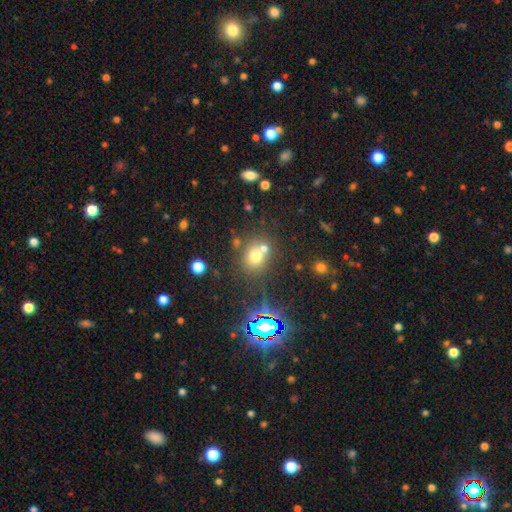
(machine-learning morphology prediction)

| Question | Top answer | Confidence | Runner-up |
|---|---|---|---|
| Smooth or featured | smooth | 66% | star or artifact (20%) |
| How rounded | round | 70% | in between (29%) |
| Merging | none | 51% | merger (36%) |